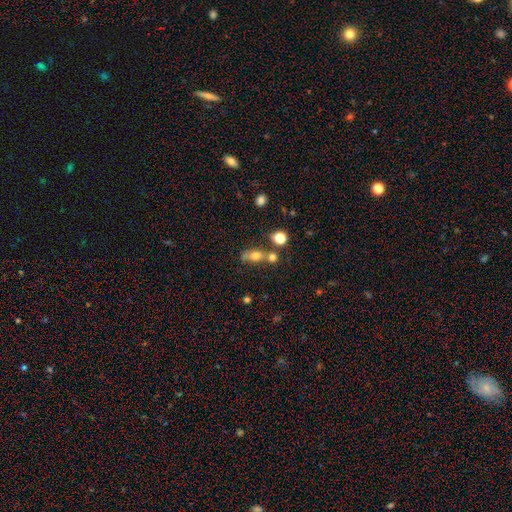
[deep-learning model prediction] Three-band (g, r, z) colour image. It shows a smooth galaxy with no disk features (67%) that is in between round and cigar-shaped (54%). Merging: none (42%).